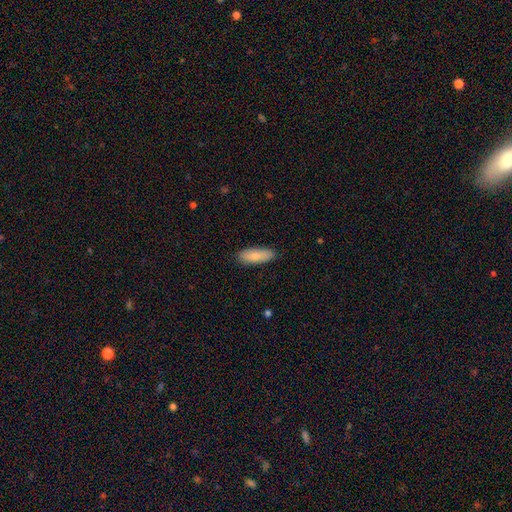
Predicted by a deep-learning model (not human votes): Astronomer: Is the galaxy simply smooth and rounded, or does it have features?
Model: smooth — 84%.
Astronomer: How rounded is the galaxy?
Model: in between — 58% (runner-up: cigar-shaped, 40%).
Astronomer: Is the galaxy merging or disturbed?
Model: none — 87%.